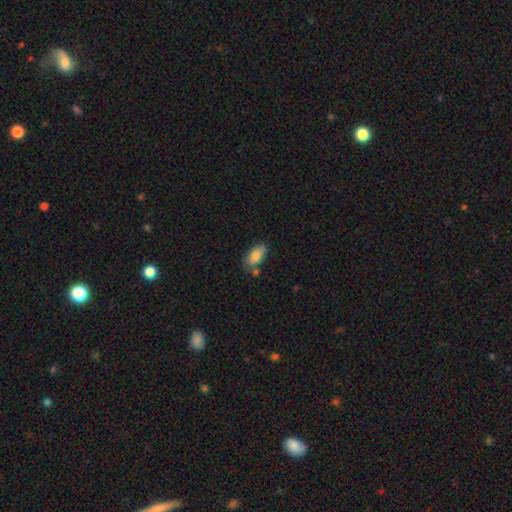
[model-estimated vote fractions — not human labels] smooth_or_featured: smooth (p=0.83) [alt: featured or disk p=0.11]
how_rounded: in between (p=0.91) [alt: cigar-shaped p=0.05]
merging: none (p=0.68) [alt: minor disturbance p=0.19]